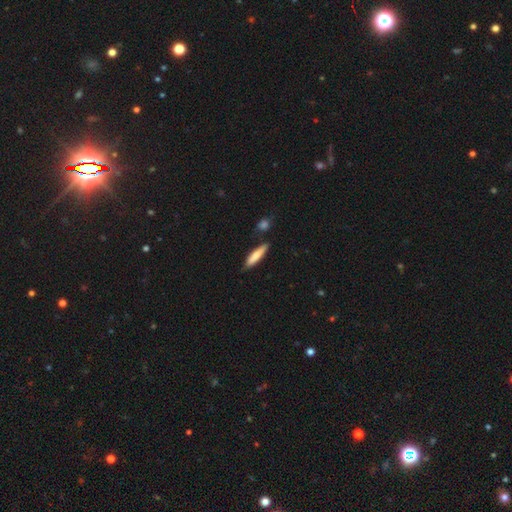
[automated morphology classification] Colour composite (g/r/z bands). It shows a smooth galaxy with no disk features (75%) that is cigar-shaped (80%). Merging: none (77%).